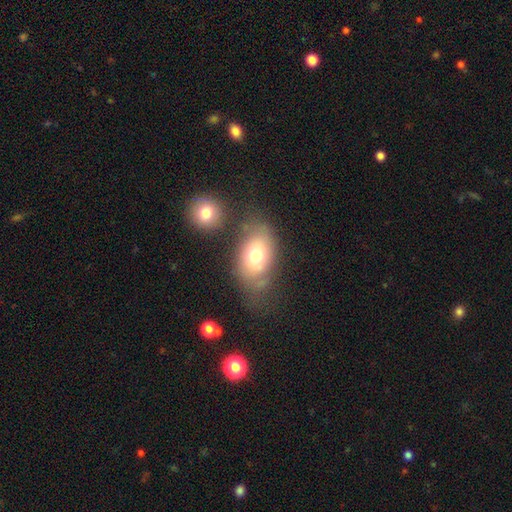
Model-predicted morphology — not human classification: Smooth or featured? Predicted: smooth (p=0.68). How rounded? Predicted: in between (p=0.81). Merging? Predicted: none (p=0.53).